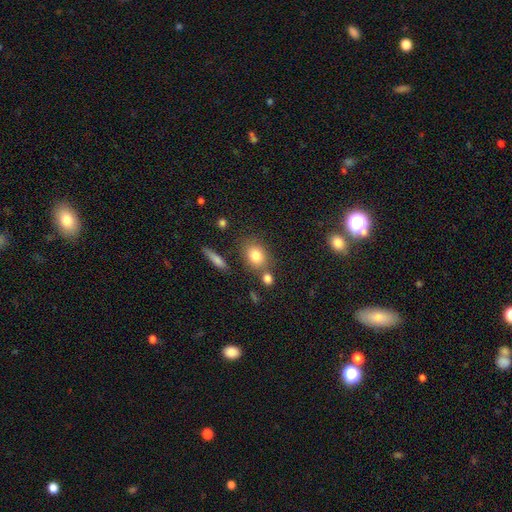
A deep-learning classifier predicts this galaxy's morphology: Smooth or featured? smooth (81%)
How rounded? in between (53%)
Merging? none (67%)